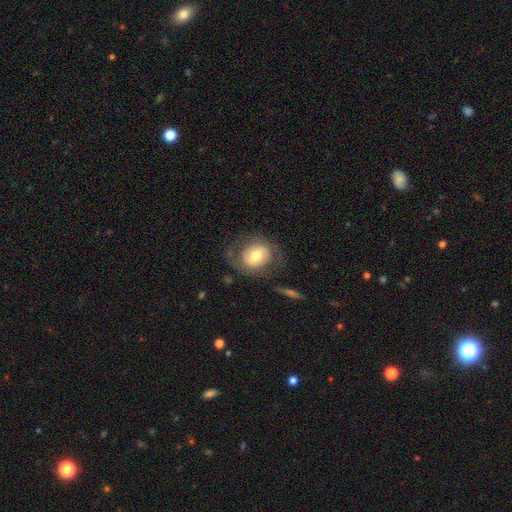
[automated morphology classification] This is possibly a smooth galaxy (57%). How rounded: likely round (63%). Merging: likely none (67%).